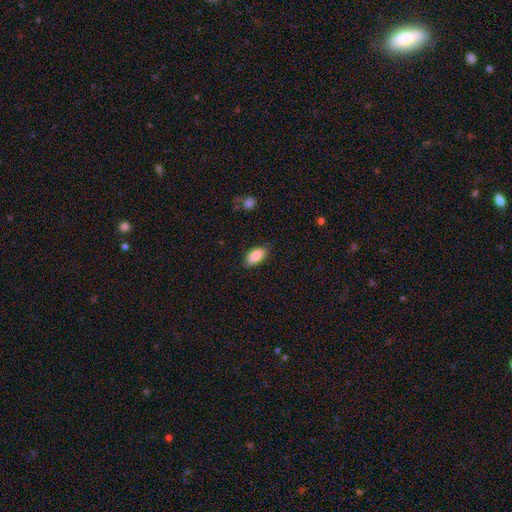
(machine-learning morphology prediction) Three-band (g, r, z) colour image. It shows a smooth galaxy with no disk features (88%) that is in between round and cigar-shaped (93%). Merging: none (79%).